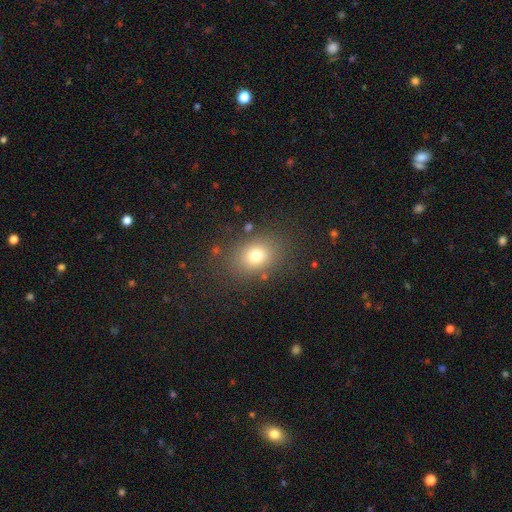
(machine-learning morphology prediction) This appears to be a smooth galaxy with no disk features (74%) that is in between round and cigar-shaped (53%). Merging: none (81%).